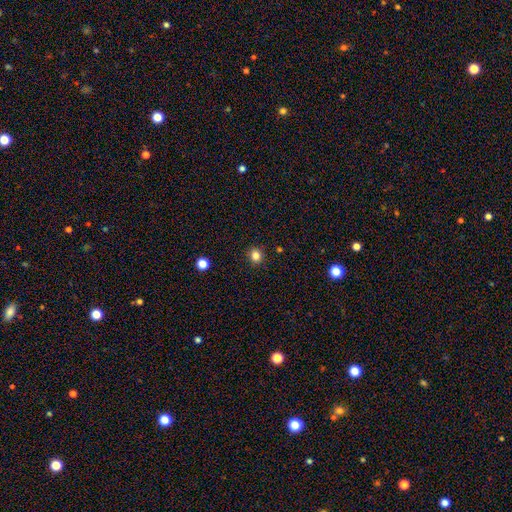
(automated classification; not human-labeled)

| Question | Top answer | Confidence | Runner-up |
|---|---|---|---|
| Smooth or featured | smooth | 83% | star or artifact (12%) |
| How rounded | round | 84% | in between (15%) |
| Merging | none | 91% | minor disturbance (6%) |